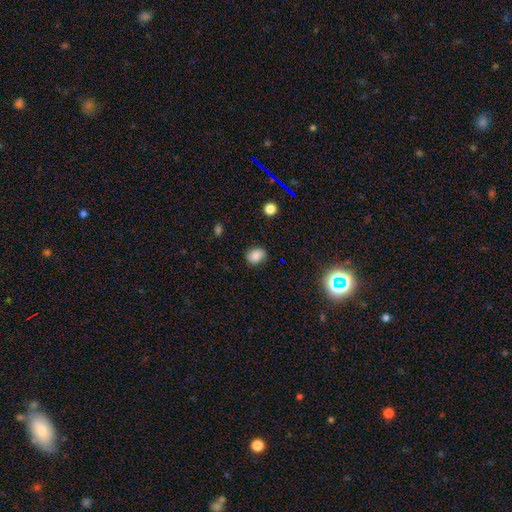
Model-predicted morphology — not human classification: Smooth or featured? Predicted: smooth (p=0.76). How rounded? Predicted: in between (p=0.55). Merging? Predicted: none (p=0.75).